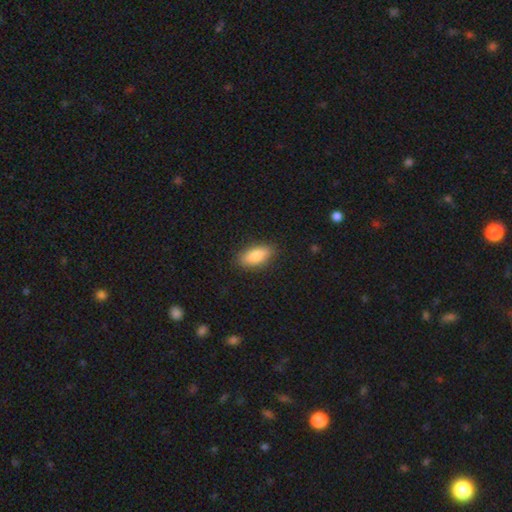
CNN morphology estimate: Smooth or featured: smooth — 84% (featured or disk — 9%)
How rounded: in between — 82% (cigar-shaped — 15%)
Merging: none — 87% (minor disturbance — 10%)